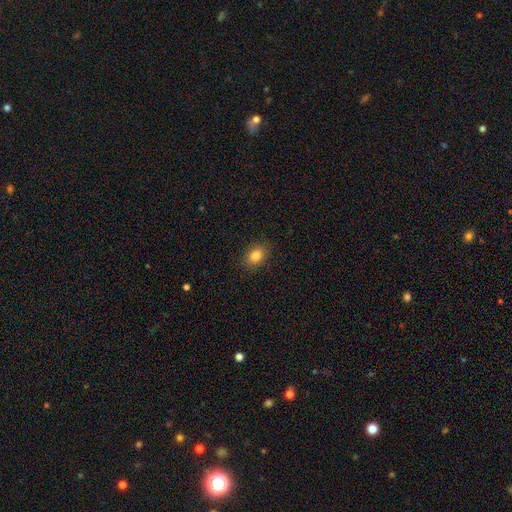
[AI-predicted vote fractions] A smooth galaxy with no disk features (83%) that is in between round and cigar-shaped (68%).

Vote fractions:
- Smooth or featured? smooth: 83% / star or artifact: 10% / featured or disk: 7%
- How rounded? in between: 68% / round: 31% / cigar-shaped: 1%
- Merging? none: 88% / minor disturbance: 8% / major disturbance: 2% / merger: 1%